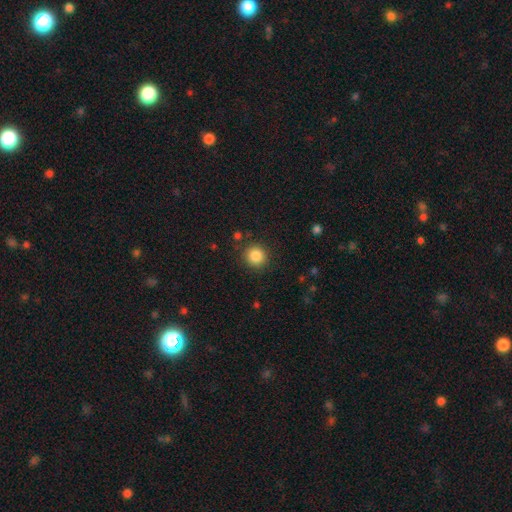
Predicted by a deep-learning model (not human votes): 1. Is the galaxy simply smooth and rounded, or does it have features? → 86% smooth, 10% star or artifact, 4% featured or disk.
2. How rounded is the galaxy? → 92% round, 7% in between, 1% cigar-shaped.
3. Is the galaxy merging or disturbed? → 88% none, 7% minor disturbance, 3% major disturbance, 2% merger.